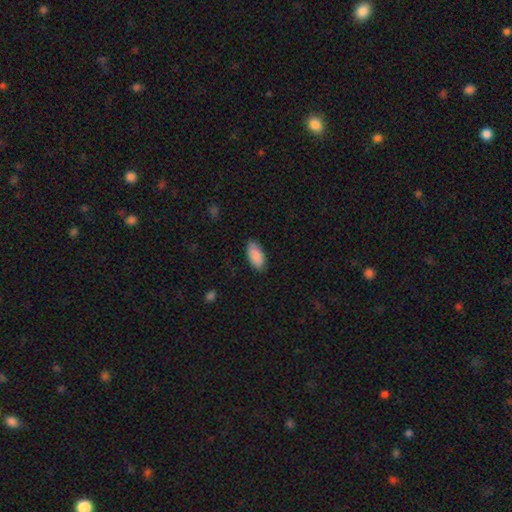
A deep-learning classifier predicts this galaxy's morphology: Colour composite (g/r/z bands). It shows a smooth galaxy with no disk features (90%) that is in between round and cigar-shaped (91%). Merging: none (85%).